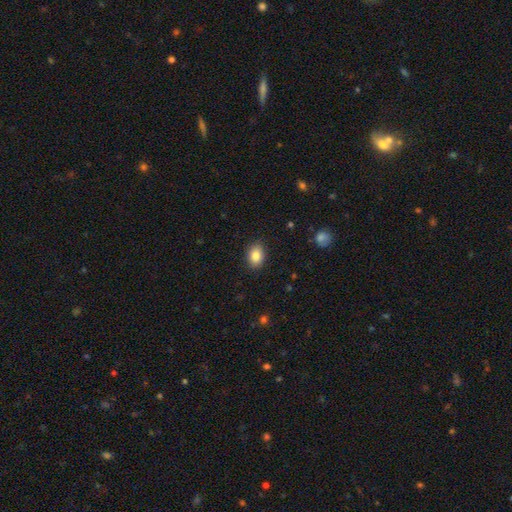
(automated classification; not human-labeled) This appears to be a smooth galaxy with no disk features (85%) that is in between round and cigar-shaped (70%). Merging: none (88%).